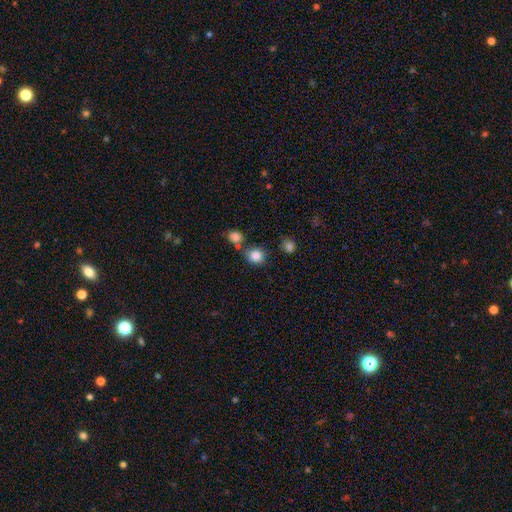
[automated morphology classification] The model was most divided on "merging": none: 67%, merger: 18%, minor disturbance: 12%, major disturbance: 4%. More confident: smooth or featured — smooth (84%); how rounded — round (80%).